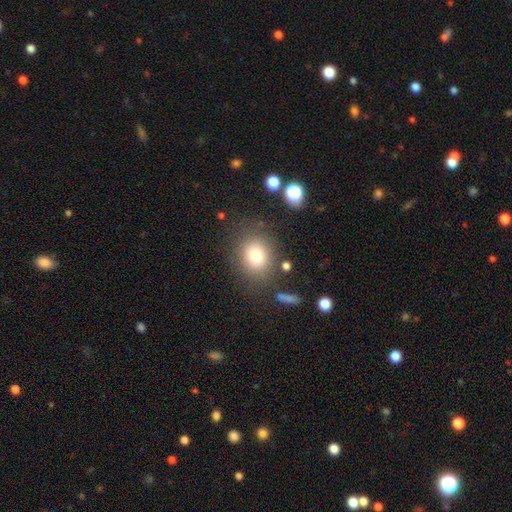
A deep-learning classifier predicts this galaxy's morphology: smooth-or-featured: smooth: 78% | star or artifact: 12% | featured or disk: 11%
  how-rounded: round: 67% | in between: 32% | cigar-shaped: 1%
  merging: none: 77% | minor disturbance: 12% | major disturbance: 6% | merger: 4%